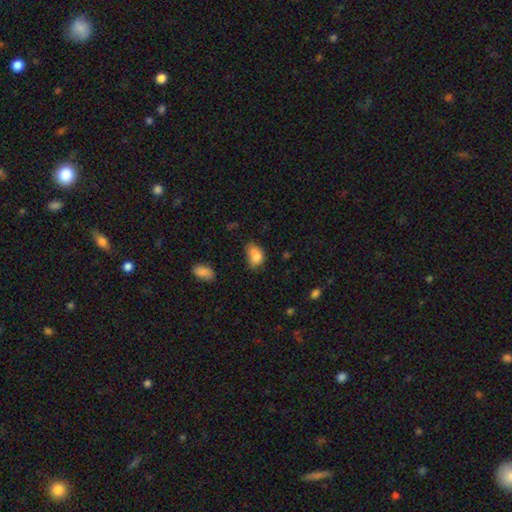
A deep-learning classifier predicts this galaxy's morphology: Q: Smooth or featured?
A: smooth (82%); runner-up: star or artifact (10%)
Q: How rounded?
A: in between (82%); runner-up: round (17%)
Q: Merging?
A: none (42%); runner-up: minor disturbance (38%)